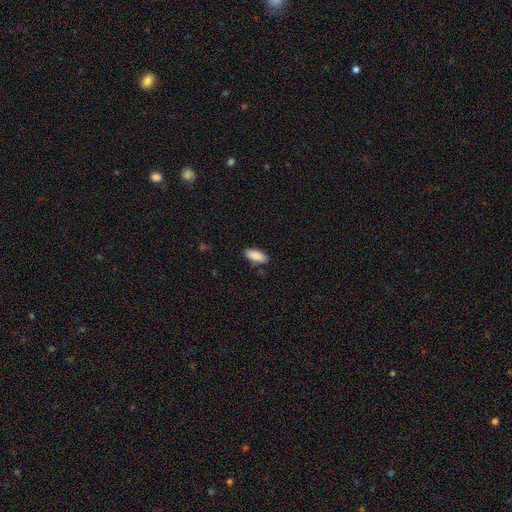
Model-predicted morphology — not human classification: smooth-or-featured: smooth: 90% | star or artifact: 6% | featured or disk: 4%
  how-rounded: in between: 84% | cigar-shaped: 14% | round: 2%
  merging: none: 86% | minor disturbance: 10% | major disturbance: 2% | merger: 1%